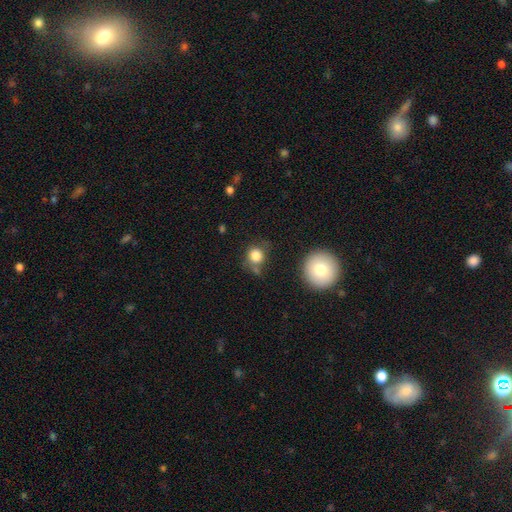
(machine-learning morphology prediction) type=smooth (82%); roundness=round (83%); merging=none (61%).